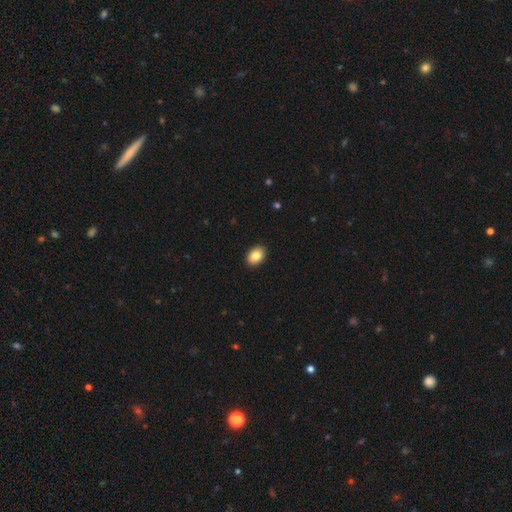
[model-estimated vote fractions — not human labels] Smooth or featured? smooth (86%)
How rounded? in between (84%)
Merging? none (91%)